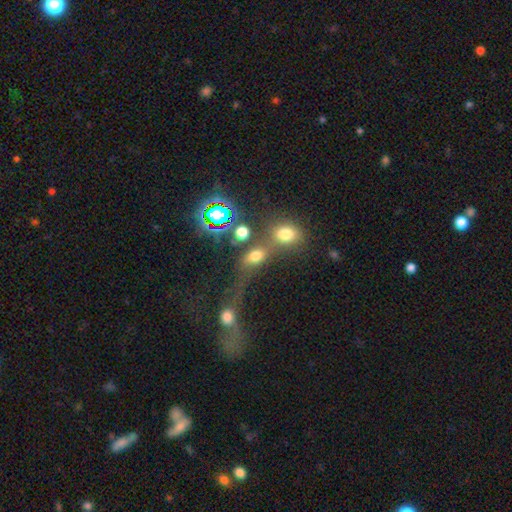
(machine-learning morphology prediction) smooth 64%, star or artifact 23%, featured or disk 14%. Down the decision tree: how rounded — in between (62%); merging — merger (41%).